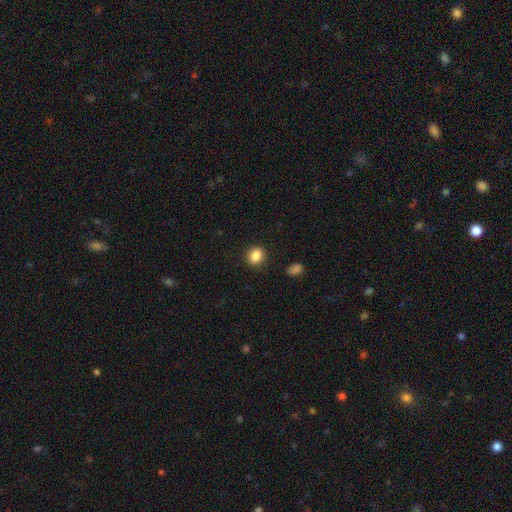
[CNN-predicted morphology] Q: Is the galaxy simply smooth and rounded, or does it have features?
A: smooth — 86%.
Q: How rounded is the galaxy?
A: round — 63%.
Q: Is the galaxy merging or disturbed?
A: none — 89%.